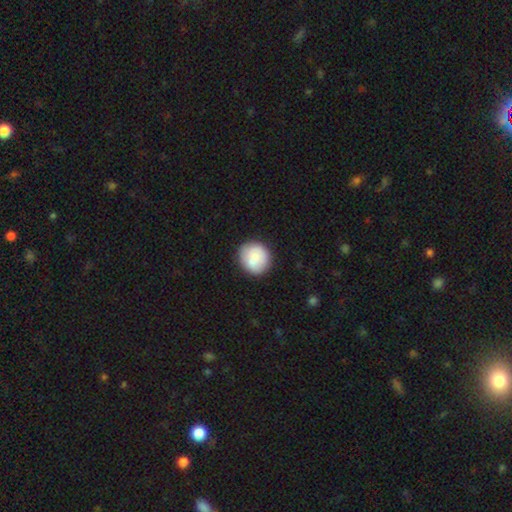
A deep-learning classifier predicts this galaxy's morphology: Smooth or featured: smooth — 79% (featured or disk — 14%)
How rounded: round — 89% (in between — 10%)
Merging: none — 75% (minor disturbance — 14%)